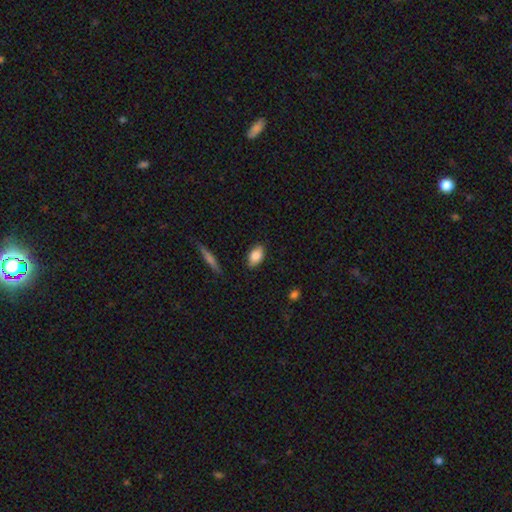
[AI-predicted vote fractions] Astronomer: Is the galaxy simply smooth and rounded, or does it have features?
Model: smooth — 84%.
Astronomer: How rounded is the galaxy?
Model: in between — 90%.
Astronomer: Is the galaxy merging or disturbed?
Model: none — 85%.